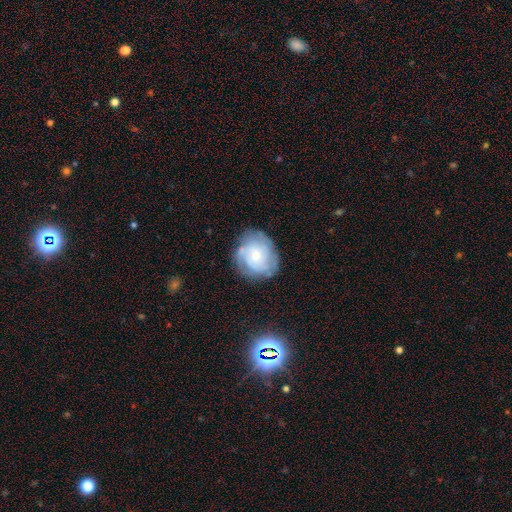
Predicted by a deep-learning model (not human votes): A featured or disk galaxy (62%) with no bar (80%), spiral arms (81%) and a small central bulge (56%). Merging: none (72%).